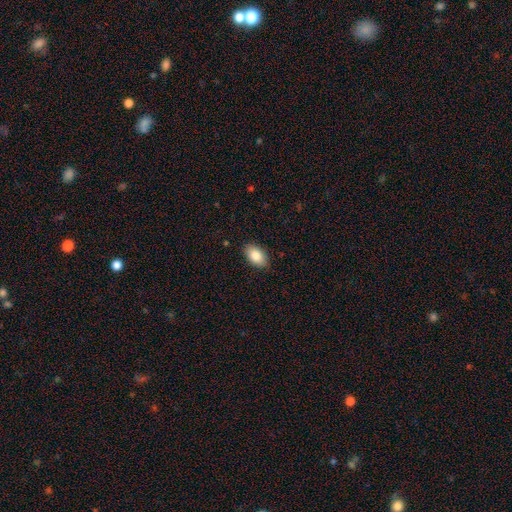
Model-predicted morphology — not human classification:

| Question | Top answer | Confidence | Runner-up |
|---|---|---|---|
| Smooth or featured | smooth | 84% | featured or disk (9%) |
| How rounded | in between | 92% | round (6%) |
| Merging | none | 87% | minor disturbance (10%) |